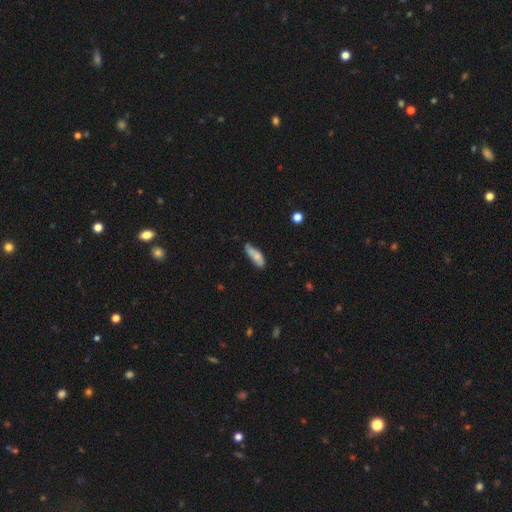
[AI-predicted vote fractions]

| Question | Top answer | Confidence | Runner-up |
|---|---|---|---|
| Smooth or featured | smooth | 71% | featured or disk (22%) |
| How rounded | in between | 60% | cigar-shaped (38%) |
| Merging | none | 63% | minor disturbance (28%) |